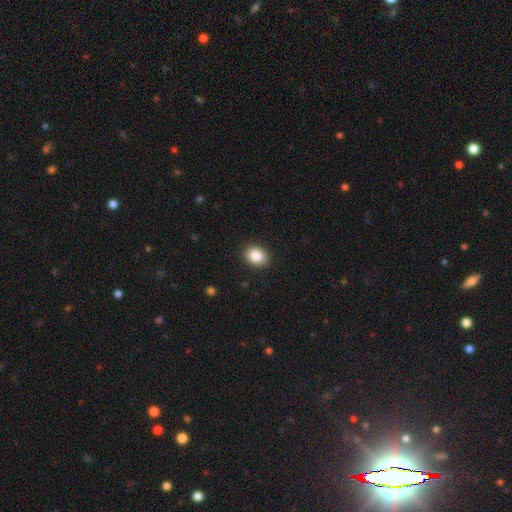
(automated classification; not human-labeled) Smooth or featured? Predicted: smooth (p=0.86). How rounded? Predicted: in between (p=0.52). Merging? Predicted: none (p=0.89).